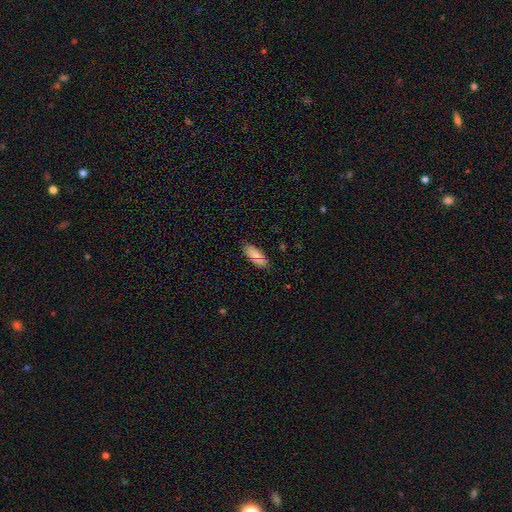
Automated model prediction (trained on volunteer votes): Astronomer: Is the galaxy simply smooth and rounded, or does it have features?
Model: smooth — 80%.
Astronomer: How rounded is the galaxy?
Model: in between — 80%.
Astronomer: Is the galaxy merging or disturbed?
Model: none — 85%.